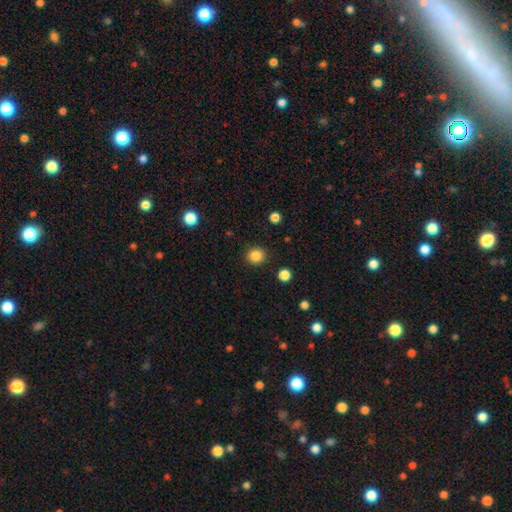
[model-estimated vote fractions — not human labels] Smooth or featured? smooth (85%)
How rounded? round (90%)
Merging? none (90%)